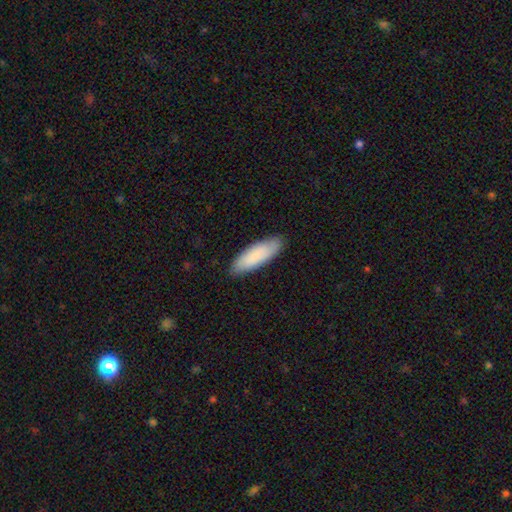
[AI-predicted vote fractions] The model was most divided on "how rounded": in between: 55%, cigar-shaped: 44%, round: 1%. More confident: merging — none (86%); smooth or featured — smooth (86%).